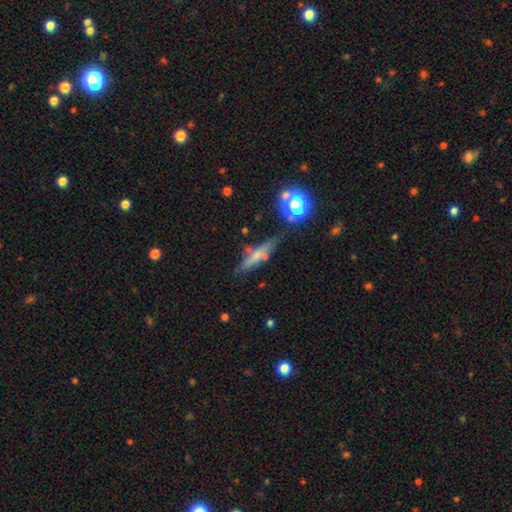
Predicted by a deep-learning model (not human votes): smooth 48%, featured or disk 35%, star or artifact 17%. Down the decision tree: merging — none (68%).